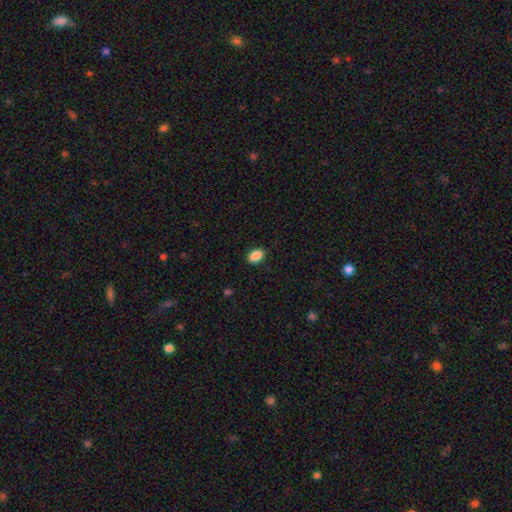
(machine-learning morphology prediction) smooth_or_featured: smooth (p=0.89) [alt: star or artifact p=0.08]
how_rounded: in between (p=0.84) [alt: round p=0.15]
merging: none (p=0.89) [alt: minor disturbance p=0.08]